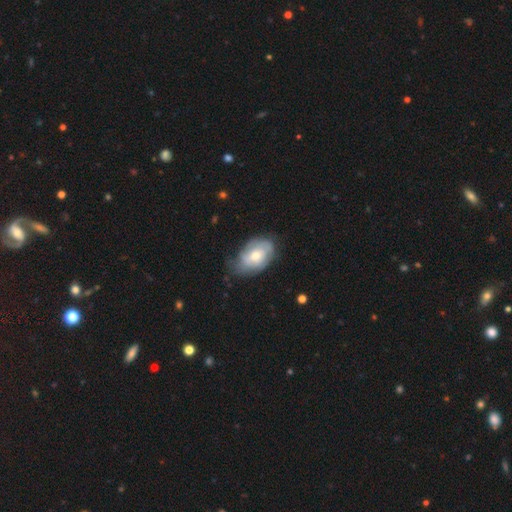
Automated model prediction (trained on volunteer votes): Smooth or featured? featured or disk (48%)
Merging? none (54%)